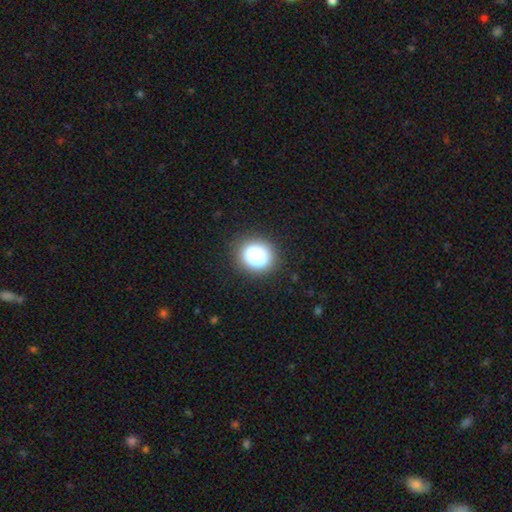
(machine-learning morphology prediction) The model was most divided on "how rounded": round: 80%, in between: 19%, cigar-shaped: 1%. More confident: merging — none (87%); smooth or featured — smooth (84%).